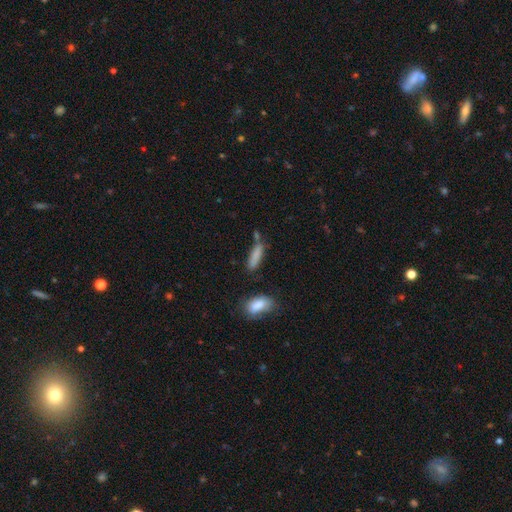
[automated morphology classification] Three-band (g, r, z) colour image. It shows a smooth galaxy with no disk features (83%) that is cigar-shaped (64%). Merging: none (59%).